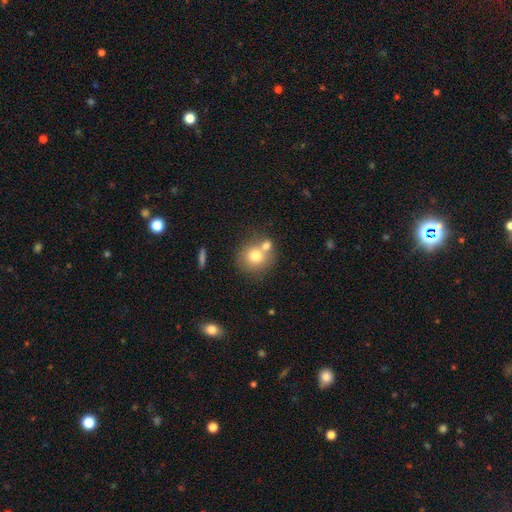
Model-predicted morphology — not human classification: Smooth or featured? Predicted: smooth (p=0.74). How rounded? Predicted: round (p=0.85). Merging? Predicted: none (p=0.48).